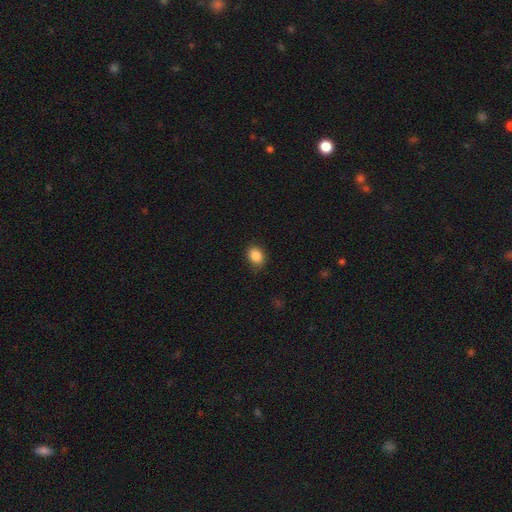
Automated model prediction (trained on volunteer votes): Morphology: type=smooth (87%); roundness=in between (58%); merging=none (86%).